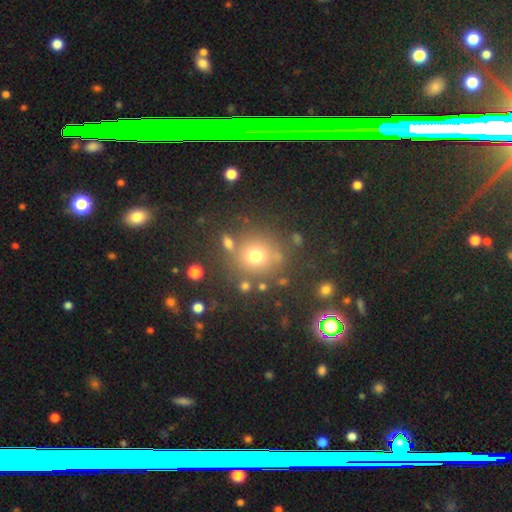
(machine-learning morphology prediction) Q: Smooth or featured?
A: smooth (71%); runner-up: star or artifact (19%)
Q: How rounded?
A: round (89%); runner-up: in between (10%)
Q: Merging?
A: none (75%); runner-up: minor disturbance (11%)